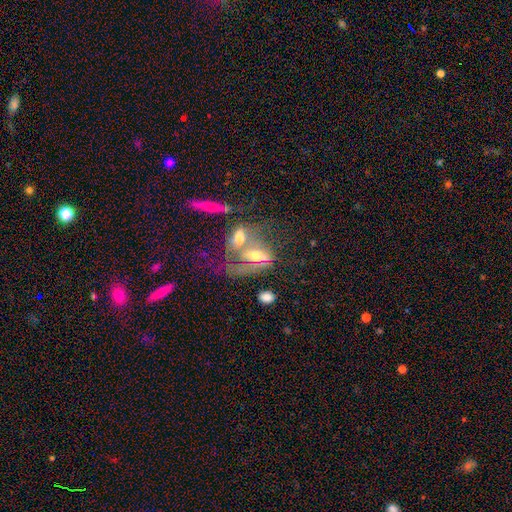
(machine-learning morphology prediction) Overall: featured or disk (53%; smooth 35%). Edge-on disk: no (85%). Merging: merger (64%).